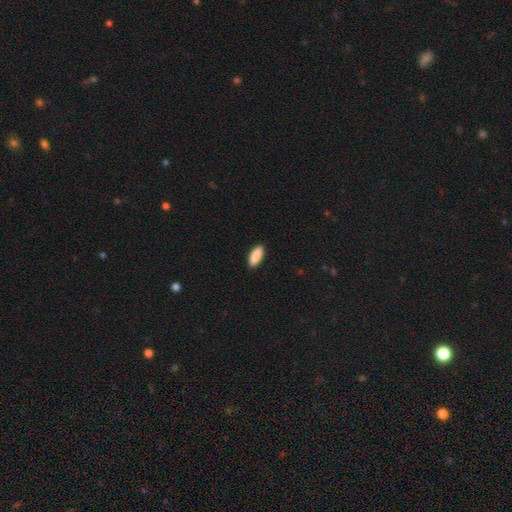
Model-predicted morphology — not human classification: This appears to be a smooth galaxy with no disk features (91%) that is in between round and cigar-shaped (77%). Merging: none (90%).